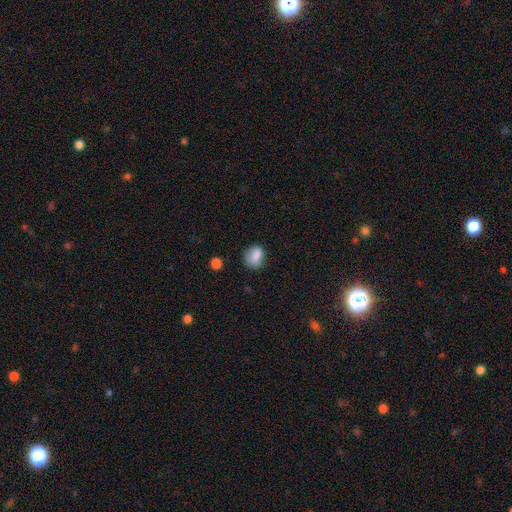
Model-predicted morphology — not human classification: The model was most divided on "how rounded": in between: 52%, round: 46%, cigar-shaped: 2%. More confident: smooth or featured — smooth (81%); merging — none (62%).